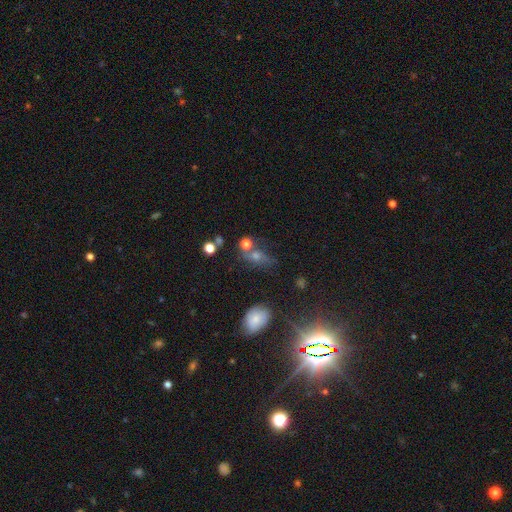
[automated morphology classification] This appears to be a smooth galaxy with no disk features (39%). Merging: none (44%).